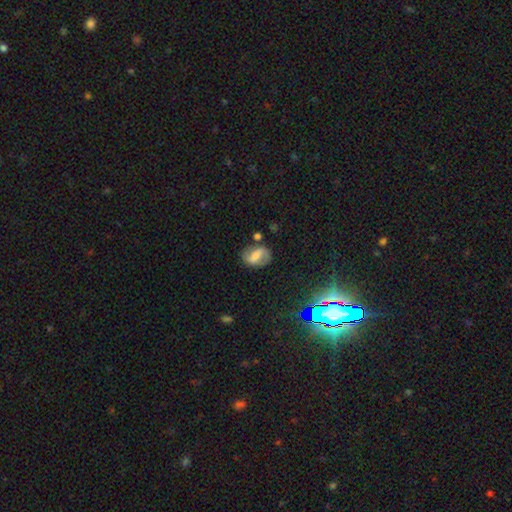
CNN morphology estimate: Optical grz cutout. It shows a featured or disk galaxy (58%) with a strong bar (43%), spiral arms (82%) and a moderate central bulge (30%). Merging: none (71%).